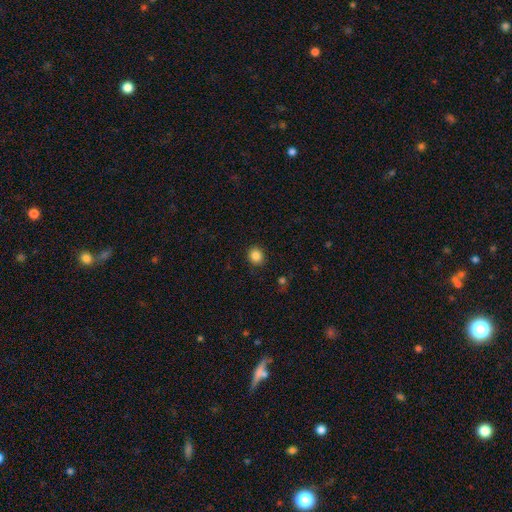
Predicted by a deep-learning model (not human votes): Smooth or featured?
  - smooth: 86% *
  - star or artifact: 11%
  - featured or disk: 4%
How rounded?
  - round: 86% *
  - in between: 13%
  - cigar-shaped: 1%
Merging?
  - none: 91% *
  - minor disturbance: 6%
  - major disturbance: 2%
  - merger: 1%